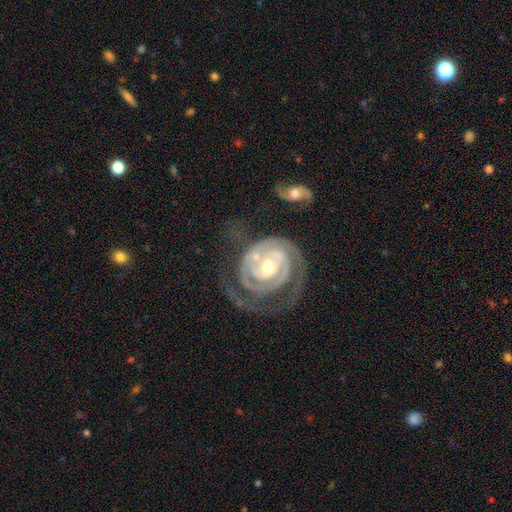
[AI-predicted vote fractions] smooth-or-featured: featured or disk: 86% | star or artifact: 7% | smooth: 7%
  disk-edge-on: no: 97% | yes: 3%
    bar: no: 50% | weak: 31% | strong: 19%
    has-spiral-arms: yes: 93% | no: 7%
      spiral-winding: tight: 76% | medium: 19% | loose: 5%
      spiral-arm-count: 2: 41% | can't tell: 22% | 3: 16% | 1: 9% | 4: 6% | more than 4: 5%
    bulge-size: moderate: 52% | small: 43% | large: 3% | none: 1% | dominant: 1%
  merging: none: 61% | minor disturbance: 19% | major disturbance: 15% | merger: 5%